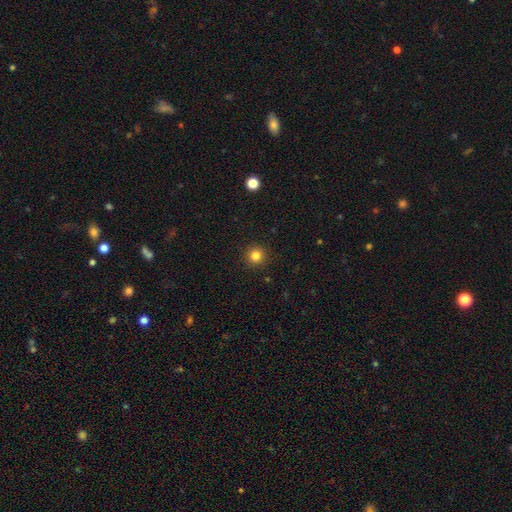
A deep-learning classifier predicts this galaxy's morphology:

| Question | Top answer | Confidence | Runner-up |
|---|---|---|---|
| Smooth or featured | smooth | 82% | star or artifact (13%) |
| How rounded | round | 95% | in between (4%) |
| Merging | none | 92% | minor disturbance (5%) |